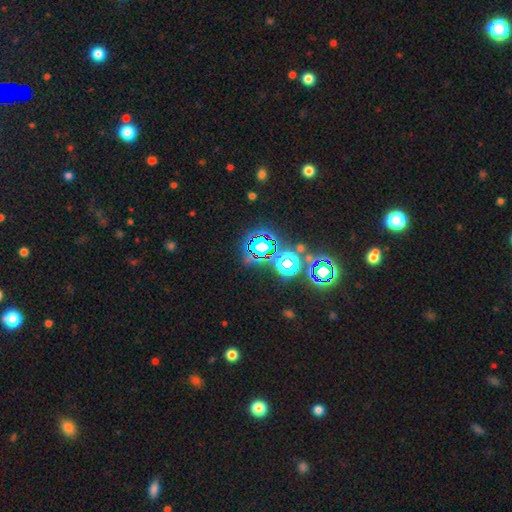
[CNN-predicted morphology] Smooth or featured: star or artifact — 75% (smooth — 17%)